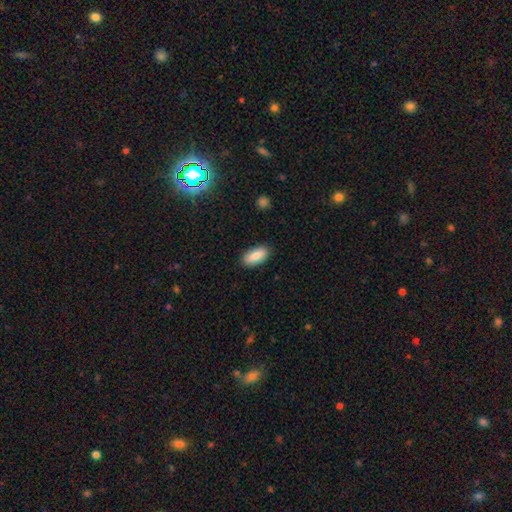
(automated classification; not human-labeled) The model was most divided on "smooth or featured": smooth: 84%, featured or disk: 10%, star or artifact: 6%. More confident: merging — none (88%); how rounded — in between (88%).